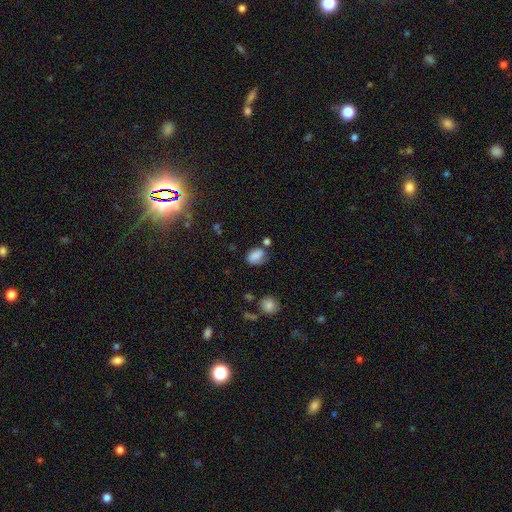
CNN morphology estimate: smooth-or-featured: smooth: 79% | star or artifact: 11% | featured or disk: 10%
  how-rounded: in between: 77% | round: 22% | cigar-shaped: 2%
  merging: none: 56% | minor disturbance: 25% | merger: 11% | major disturbance: 9%